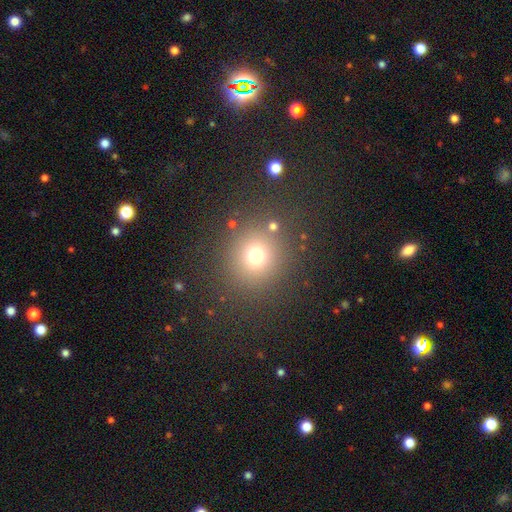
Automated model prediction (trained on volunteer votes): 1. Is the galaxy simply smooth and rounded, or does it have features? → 71% smooth, 21% star or artifact, 8% featured or disk.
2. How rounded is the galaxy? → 90% round, 9% in between, 1% cigar-shaped.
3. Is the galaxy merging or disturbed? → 82% none, 8% minor disturbance, 5% major disturbance, 5% merger.